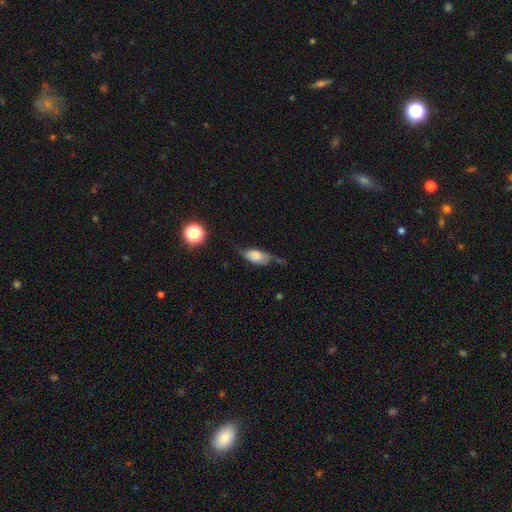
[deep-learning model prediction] Overall: smooth (75%). How rounded: in between (88%). Merging: none (44%; minor disturbance 38%).